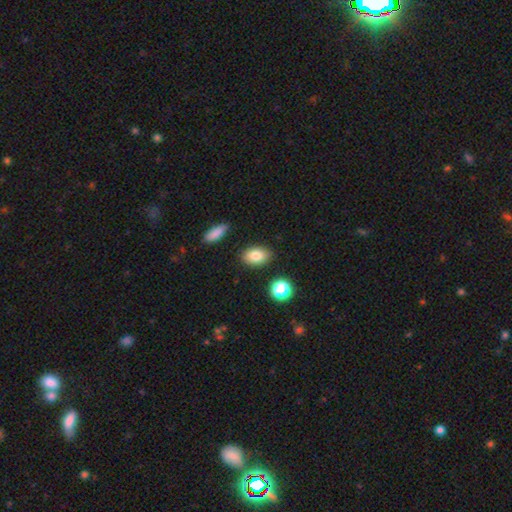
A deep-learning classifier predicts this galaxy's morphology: This is clearly a smooth galaxy (83%). How rounded: clearly in between (87%). Merging: clearly none (85%).